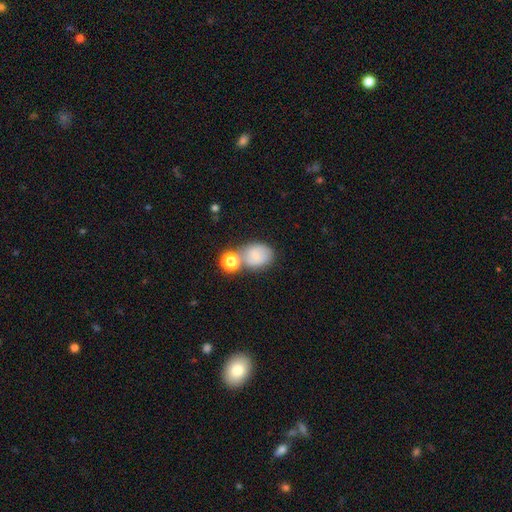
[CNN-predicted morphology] smooth 71%, featured or disk 18%, star or artifact 11%. Down the decision tree: how rounded — in between (53%); merging — none (43%).